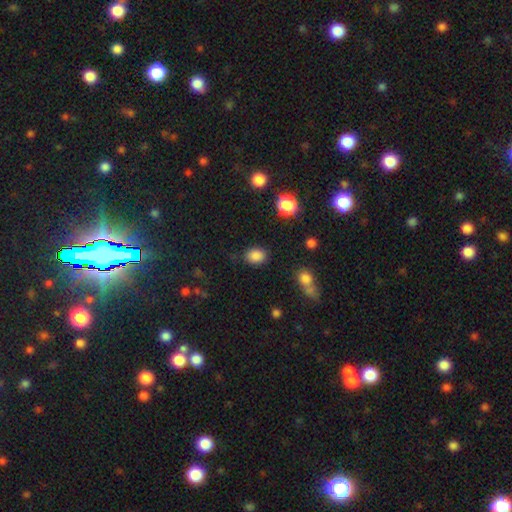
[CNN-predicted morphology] Smooth or featured: smooth — 84% (star or artifact — 11%)
How rounded: in between — 57% (round — 42%)
Merging: none — 82% (minor disturbance — 12%)